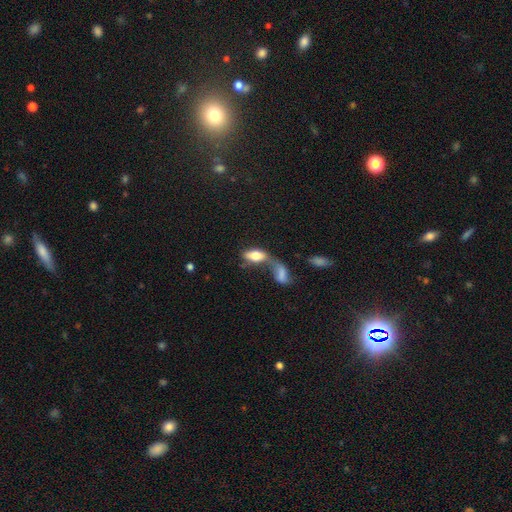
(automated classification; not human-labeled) Smooth or featured: smooth — 72% (featured or disk — 20%)
How rounded: in between — 87% (cigar-shaped — 8%)
Merging: merger — 63% (none — 15%)